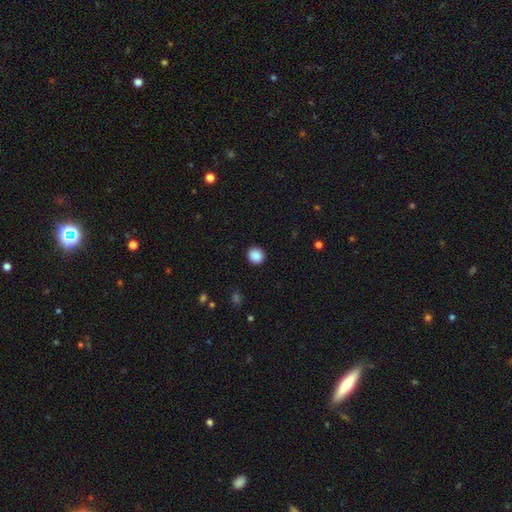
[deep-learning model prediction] Smooth or featured? smooth (89%)
How rounded? round (85%)
Merging? none (91%)